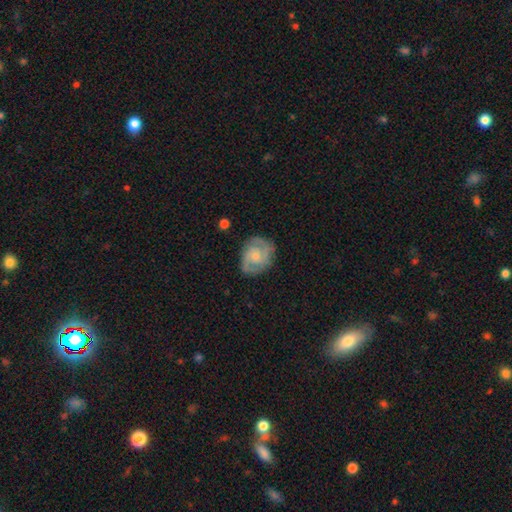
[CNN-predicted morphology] The model was most divided on "spiral winding": medium: 46%, tight: 43%, loose: 12%. More confident: edge-on disk — no (98%); spiral arms — yes (94%); merging — none (77%); smooth or featured — featured or disk (76%); spiral arm count — 2 (69%); bar — no (64%); bulge size — small (59%).